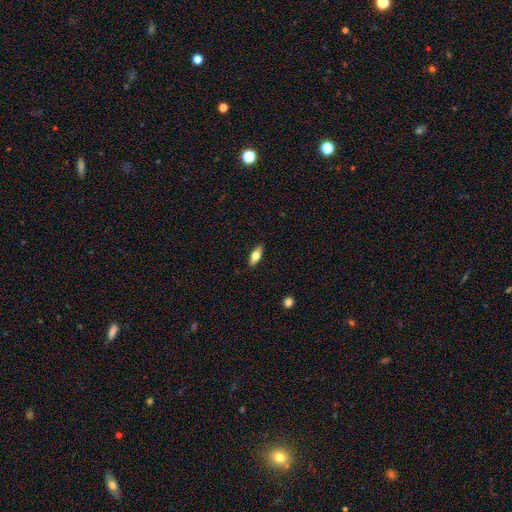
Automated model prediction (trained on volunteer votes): Smooth or featured? Predicted: smooth (p=0.66). How rounded? Predicted: in between (p=0.80). Merging? Predicted: none (p=0.88).